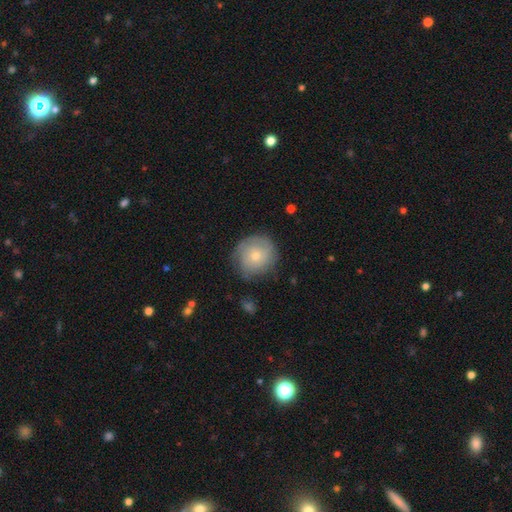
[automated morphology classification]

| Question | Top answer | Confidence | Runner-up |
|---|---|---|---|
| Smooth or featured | smooth | 48% | featured or disk (44%) |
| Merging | none | 72% | minor disturbance (20%) |